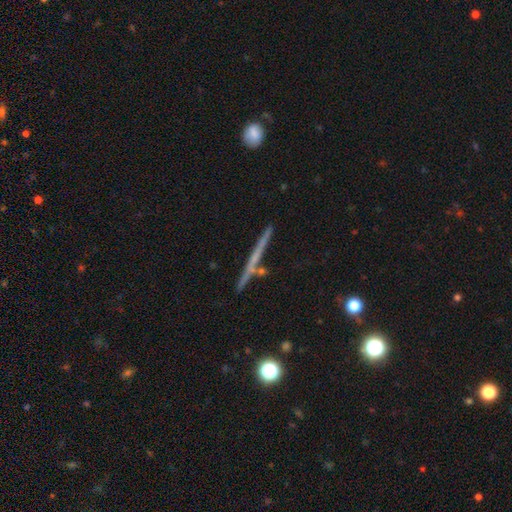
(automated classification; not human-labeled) Smooth or featured? Predicted: featured or disk (p=0.61). Edge-on disk? Predicted: yes (p=0.97). Edge-on bulge? Predicted: none (p=0.83). Merging? Predicted: none (p=0.85).